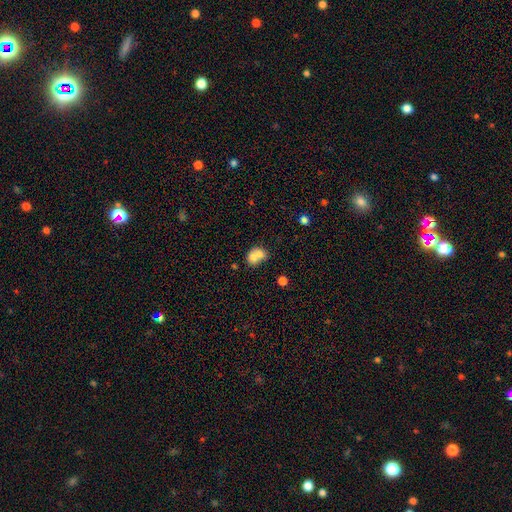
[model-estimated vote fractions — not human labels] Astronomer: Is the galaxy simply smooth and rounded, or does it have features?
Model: smooth — 70%.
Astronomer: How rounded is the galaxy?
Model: round — 56% (runner-up: in between, 43%).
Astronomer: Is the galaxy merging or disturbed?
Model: merger — 70%.